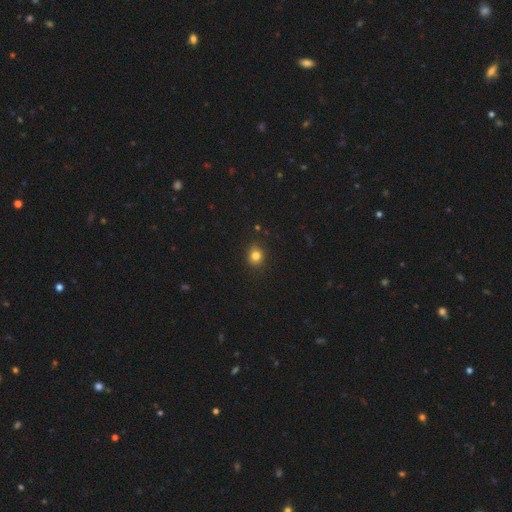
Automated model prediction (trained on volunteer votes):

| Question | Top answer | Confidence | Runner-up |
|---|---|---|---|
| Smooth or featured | smooth | 82% | star or artifact (12%) |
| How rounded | round | 76% | in between (23%) |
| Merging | none | 86% | minor disturbance (11%) |